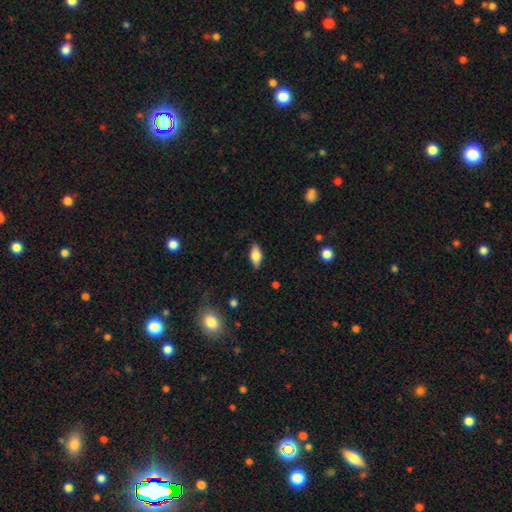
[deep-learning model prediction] Overall: smooth (73%). How rounded: in between (84%). Merging: none (81%).